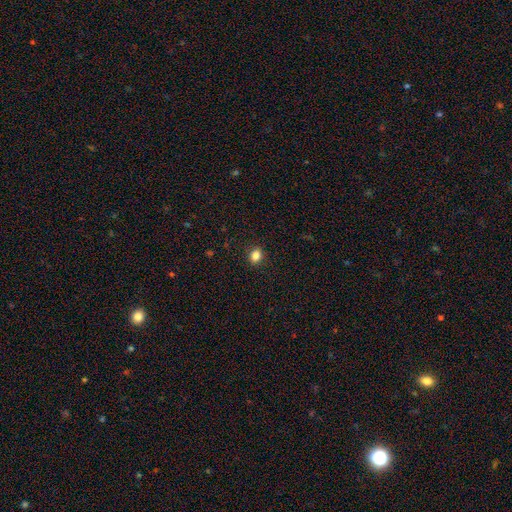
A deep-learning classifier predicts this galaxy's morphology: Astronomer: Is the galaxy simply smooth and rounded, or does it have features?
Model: smooth — 85%.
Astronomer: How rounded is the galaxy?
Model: in between — 51% (runner-up: round, 48%).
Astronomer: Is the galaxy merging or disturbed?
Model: none — 90%.